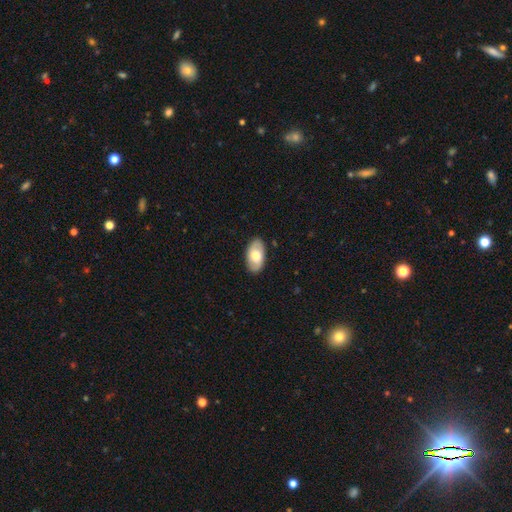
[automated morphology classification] smooth 65%, featured or disk 29%, star or artifact 6%. Down the decision tree: how rounded — in between (94%); merging — none (87%).